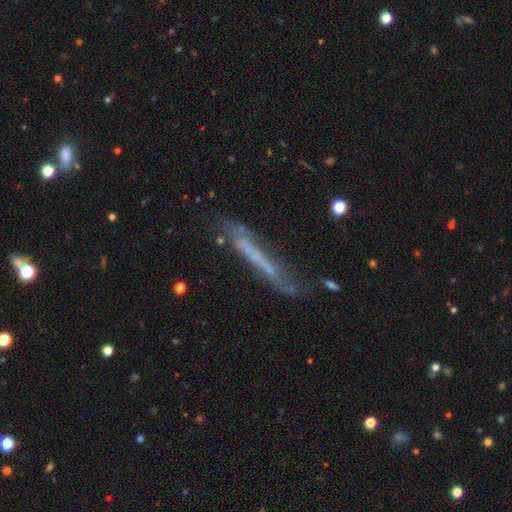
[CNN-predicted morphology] Smooth or featured? featured or disk (55%)
Edge-on disk? yes (70%)
Merging? none (50%)